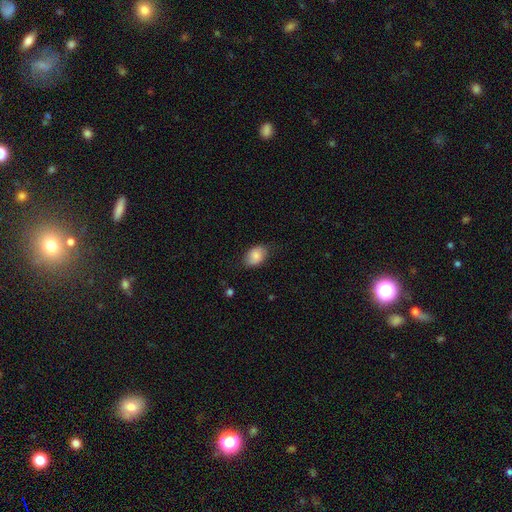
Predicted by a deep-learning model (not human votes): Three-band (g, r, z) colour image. It shows a smooth galaxy with no disk features (83%) that is in between round and cigar-shaped (84%). Merging: none (76%).